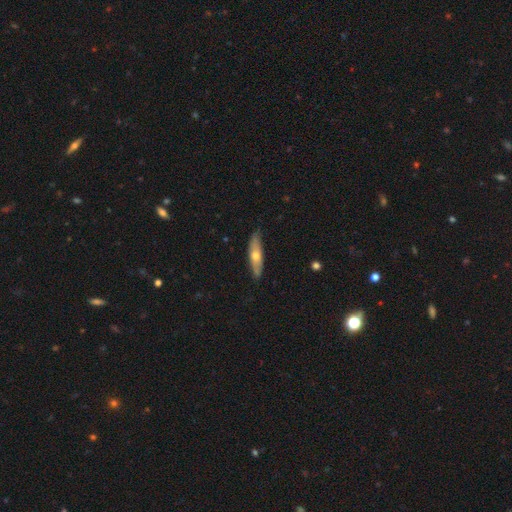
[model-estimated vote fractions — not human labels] Smooth or featured: smooth — 53% (featured or disk — 41%)
How rounded: cigar-shaped — 68% (in between — 29%)
Merging: none — 82% (minor disturbance — 14%)